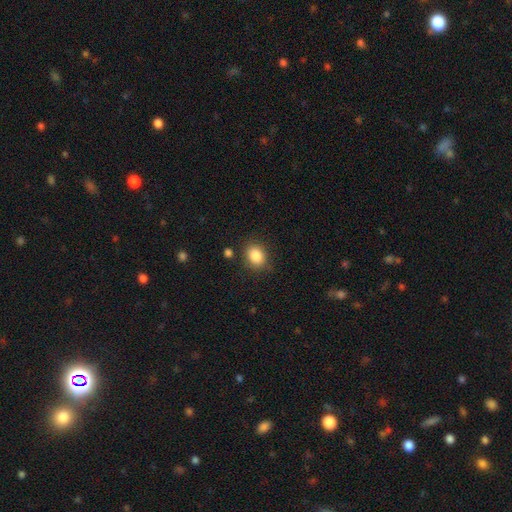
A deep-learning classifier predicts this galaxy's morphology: Smooth or featured?
  - smooth: 86% *
  - star or artifact: 9%
  - featured or disk: 5%
How rounded?
  - round: 50% *
  - in between: 49%
  - cigar-shaped: 1%
Merging?
  - none: 82% *
  - minor disturbance: 12%
  - major disturbance: 3%
  - merger: 3%